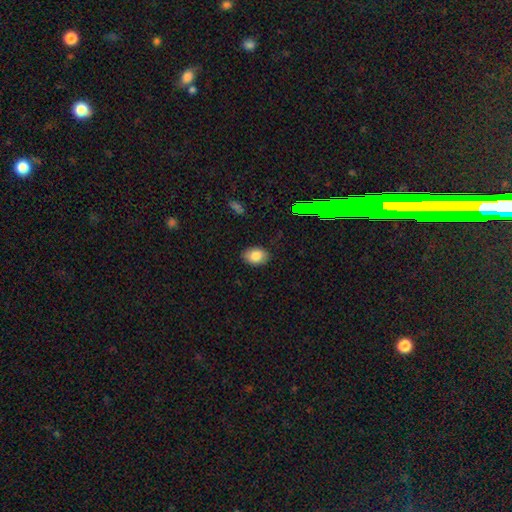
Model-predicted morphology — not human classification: This appears to be a smooth galaxy with no disk features (82%) that is in between round and cigar-shaped (81%). Merging: none (86%).